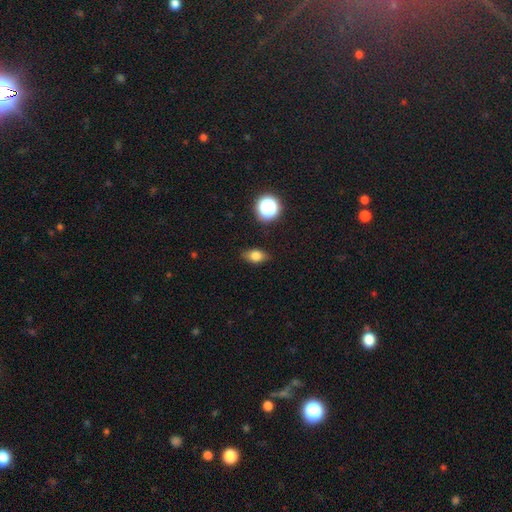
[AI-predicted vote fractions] This is likely a smooth galaxy (77%). How rounded: likely in between (77%). Merging: clearly none (82%).